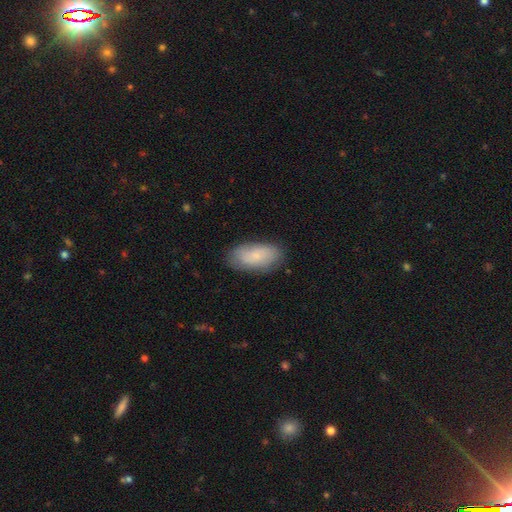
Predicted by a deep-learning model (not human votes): Smooth or featured? Predicted: smooth (p=0.75). How rounded? Predicted: in between (p=0.92). Merging? Predicted: none (p=0.79).